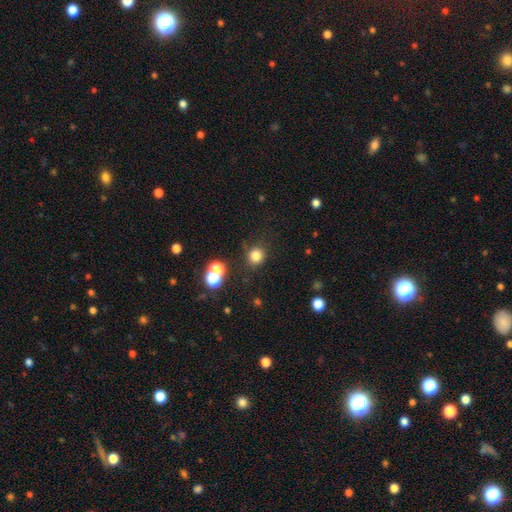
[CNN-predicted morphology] Smooth or featured? Predicted: smooth (p=0.80). How rounded? Predicted: round (p=0.88). Merging? Predicted: none (p=0.77).